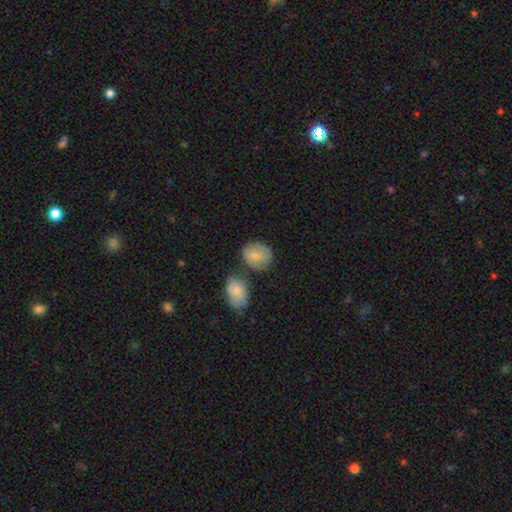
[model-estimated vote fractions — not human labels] Smooth or featured? smooth (79%)
How rounded? round (62%)
Merging? none (59%)